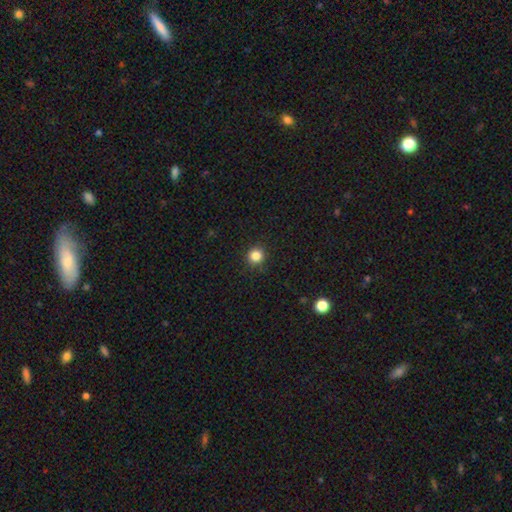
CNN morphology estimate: Smooth or featured? Predicted: smooth (p=0.84). How rounded? Predicted: round (p=0.94). Merging? Predicted: none (p=0.91).